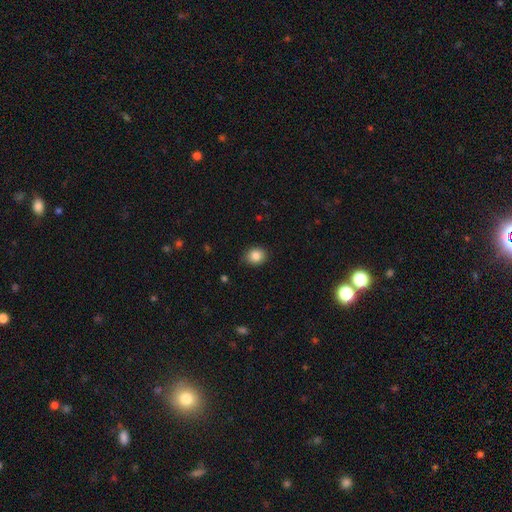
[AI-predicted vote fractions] Smooth or featured? Predicted: smooth (p=0.86). How rounded? Predicted: round (p=0.63). Merging? Predicted: none (p=0.84).